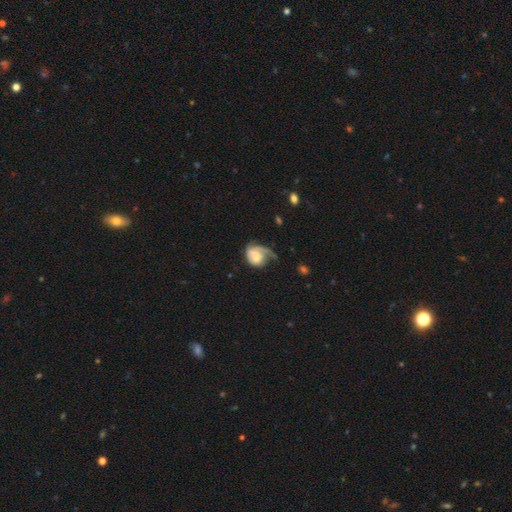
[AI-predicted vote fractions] Smooth or featured: featured or disk — 49% (smooth — 43%)
Merging: major disturbance — 41% (minor disturbance — 26%)